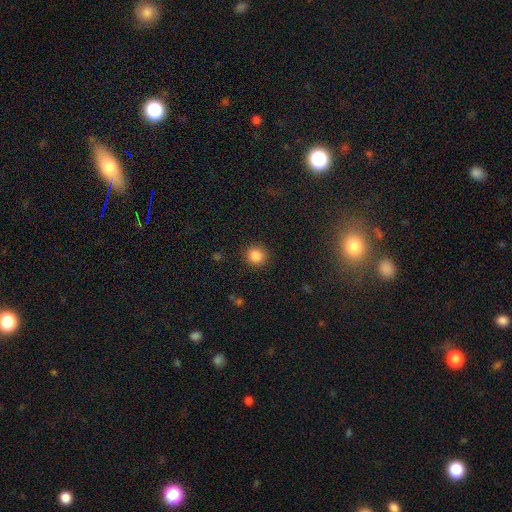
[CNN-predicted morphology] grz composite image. It shows a smooth galaxy with no disk features (85%) that is round (91%). Merging: none (91%).